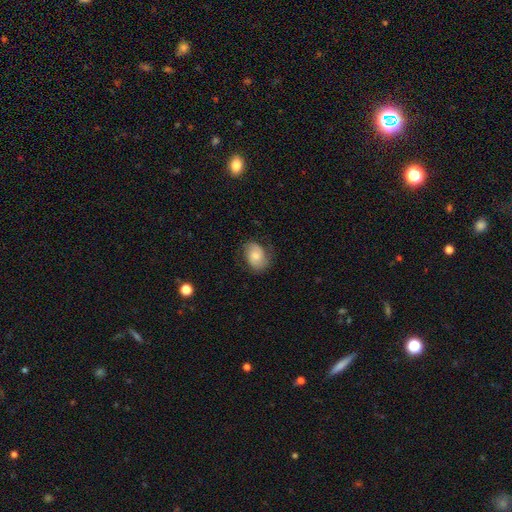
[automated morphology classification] The model was most divided on "smooth or featured": smooth: 58%, featured or disk: 34%, star or artifact: 8%. More confident: how rounded — in between (70%); merging — none (67%).